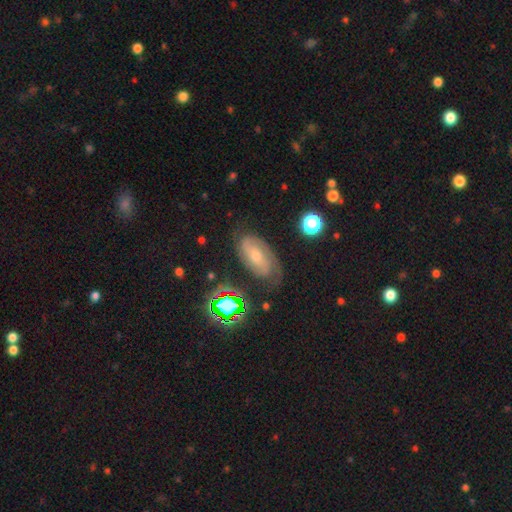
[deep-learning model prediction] smooth-or-featured: featured or disk: 70% | smooth: 18% | star or artifact: 12%
  disk-edge-on: no: 94% | yes: 6%
    bar: no: 57% | weak: 33% | strong: 10%
    has-spiral-arms: yes: 92% | no: 8%
      spiral-winding: tight: 59% | medium: 31% | loose: 10%
      spiral-arm-count: 2: 56% | can't tell: 27% | 3: 6% | 1: 6% | 4: 2% | more than 4: 2%
    bulge-size: small: 57% | moderate: 38% | none: 2% | large: 2% | dominant: 1%
  merging: none: 70% | minor disturbance: 20% | major disturbance: 8% | merger: 2%